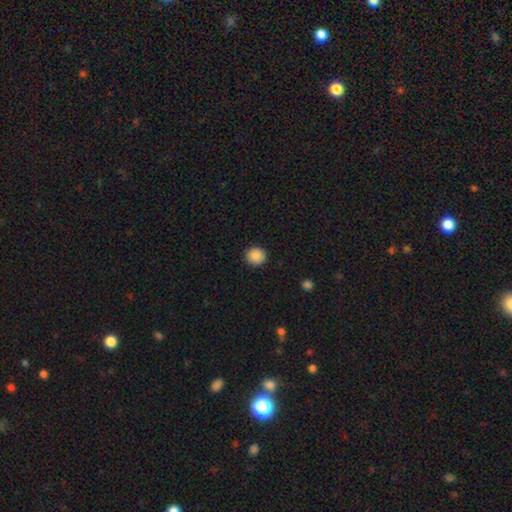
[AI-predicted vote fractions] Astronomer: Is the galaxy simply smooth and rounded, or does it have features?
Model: smooth — 89%.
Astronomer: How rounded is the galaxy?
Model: round — 90%.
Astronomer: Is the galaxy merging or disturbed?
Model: none — 92%.